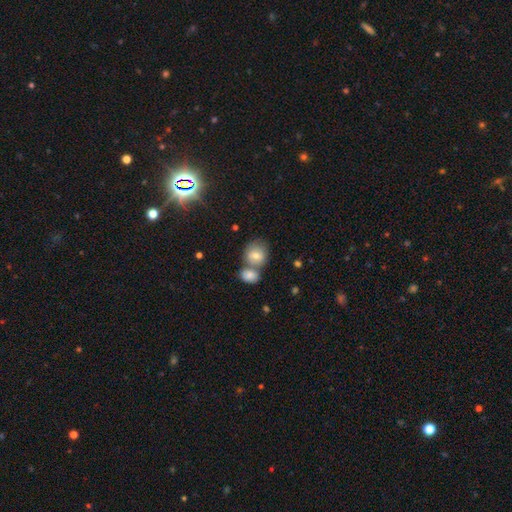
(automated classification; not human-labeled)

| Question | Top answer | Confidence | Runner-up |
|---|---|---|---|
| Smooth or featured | smooth | 70% | featured or disk (17%) |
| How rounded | round | 73% | in between (26%) |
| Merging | merger | 47% | none (41%) |